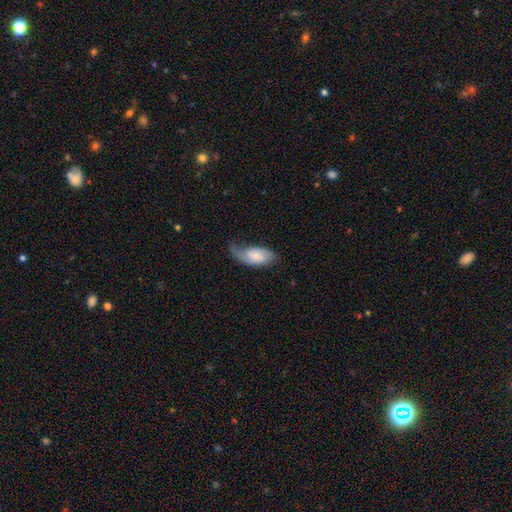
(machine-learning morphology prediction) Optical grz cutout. It shows a smooth galaxy with no disk features (50%) that is in between round and cigar-shaped (91%). Merging: none (40%).